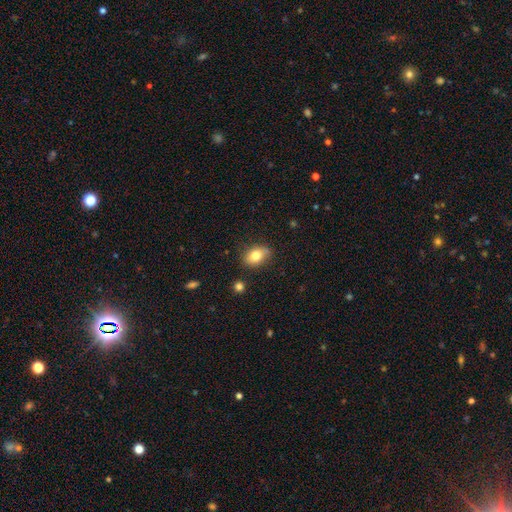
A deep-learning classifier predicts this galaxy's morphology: smooth 79%, featured or disk 12%, star or artifact 9%. Down the decision tree: how rounded — in between (80%); merging — none (78%).